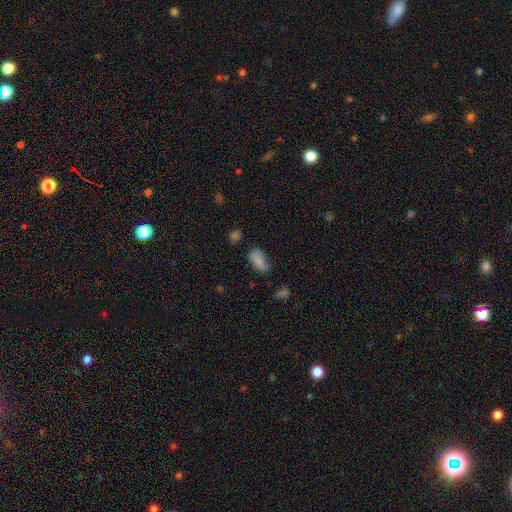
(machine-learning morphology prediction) A smooth galaxy with no disk features (70%) that is in between round and cigar-shaped (89%).

Vote fractions:
- Smooth or featured? smooth: 70% / star or artifact: 15% / featured or disk: 14%
- How rounded? in between: 89% / cigar-shaped: 7% / round: 5%
- Merging? none: 60% / minor disturbance: 25% / major disturbance: 9% / merger: 6%